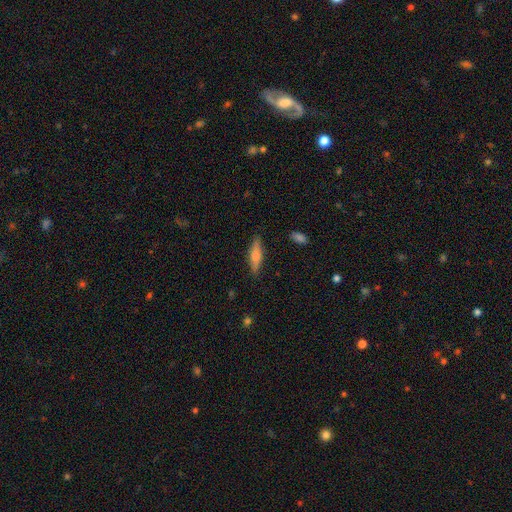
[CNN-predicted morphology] smooth_or_featured: smooth (p=0.62) [alt: featured or disk p=0.31]
how_rounded: cigar-shaped (p=0.69) [alt: in between p=0.29]
merging: none (p=0.86) [alt: minor disturbance p=0.10]